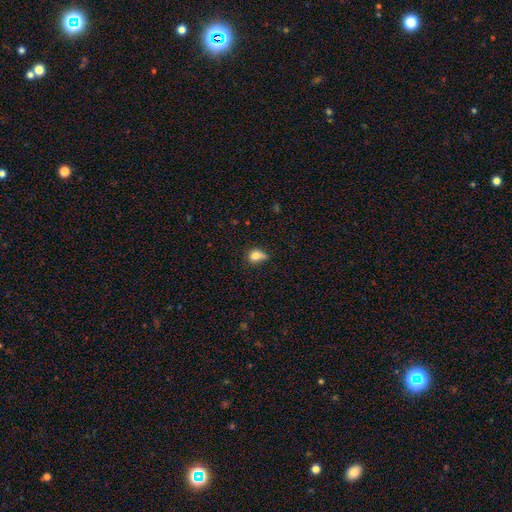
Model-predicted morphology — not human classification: smooth 79%, featured or disk 11%, star or artifact 11%. Down the decision tree: how rounded — round (50%); merging — none (41%).